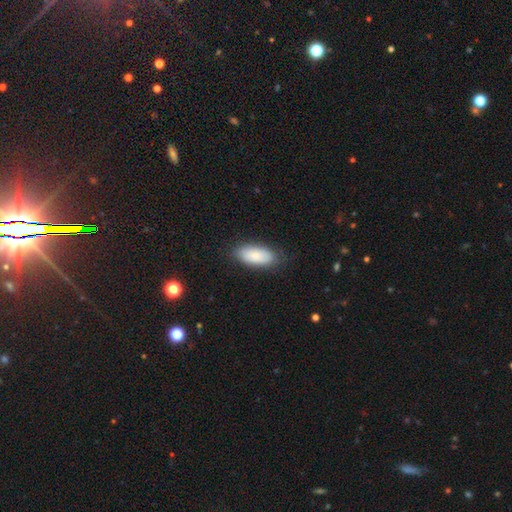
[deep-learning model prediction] Q: Smooth or featured?
A: smooth (85%); runner-up: featured or disk (9%)
Q: How rounded?
A: in between (88%); runner-up: cigar-shaped (10%)
Q: Merging?
A: none (82%); runner-up: minor disturbance (14%)